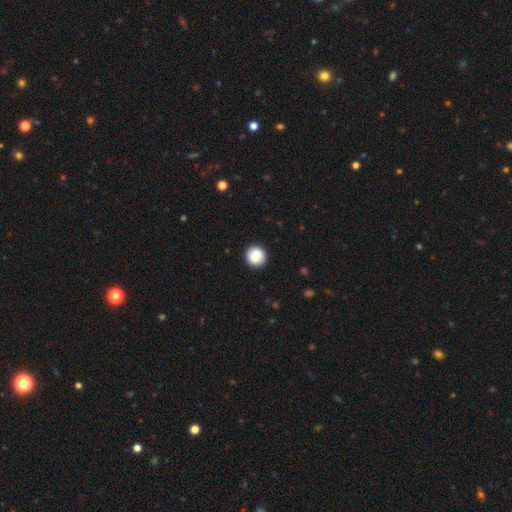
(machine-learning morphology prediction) This appears to be a smooth galaxy with no disk features (84%) that is round (92%). Merging: none (90%).